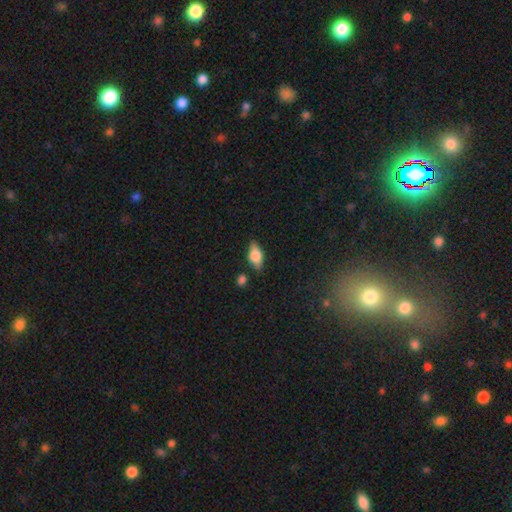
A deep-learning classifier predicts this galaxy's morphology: Overall: smooth (67%). How rounded: in between (84%). Merging: none (80%).